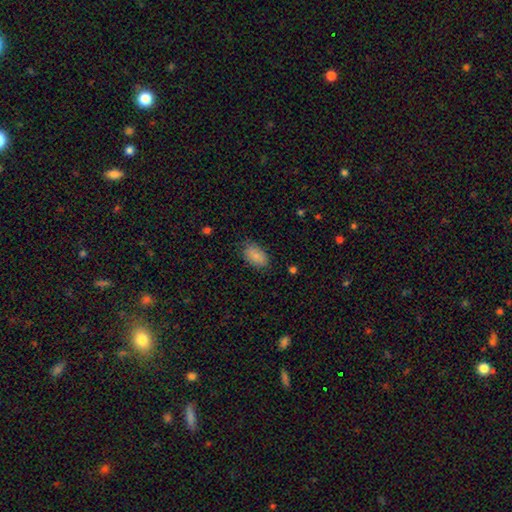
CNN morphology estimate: This is clearly a smooth galaxy (86%). How rounded: clearly in between (92%). Merging: likely none (80%).